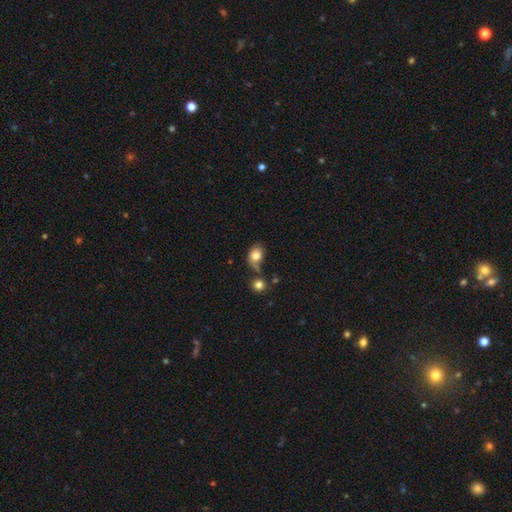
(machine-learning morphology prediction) Smooth or featured: smooth — 80% (featured or disk — 11%)
How rounded: in between — 56% (round — 43%)
Merging: none — 46% (minor disturbance — 23%)